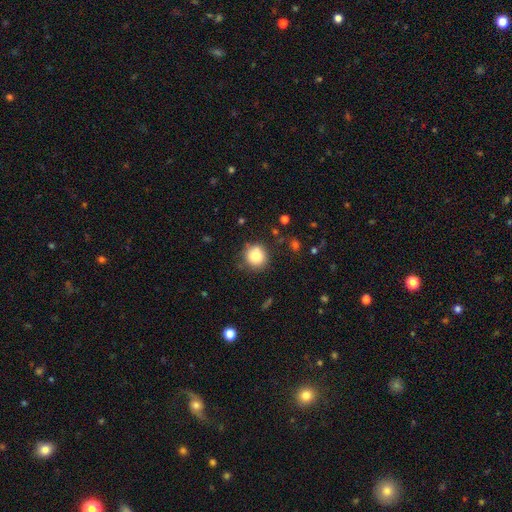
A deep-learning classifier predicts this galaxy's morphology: The model was most divided on "merging": none: 83%, minor disturbance: 12%, major disturbance: 3%, merger: 2%. More confident: how rounded — round (92%); smooth or featured — smooth (82%).